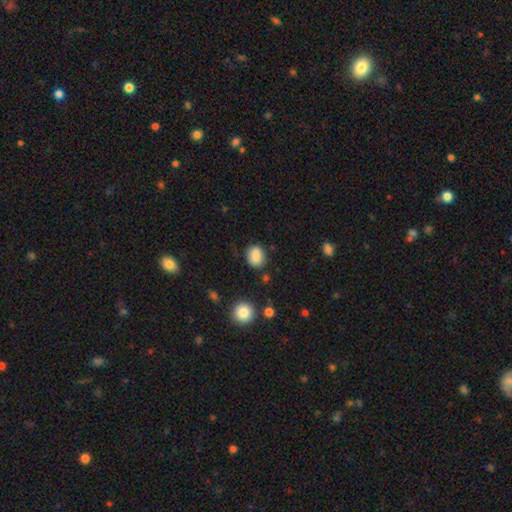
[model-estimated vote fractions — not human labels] This appears to be a smooth galaxy with no disk features (85%) that is round (52%). Merging: none (82%).